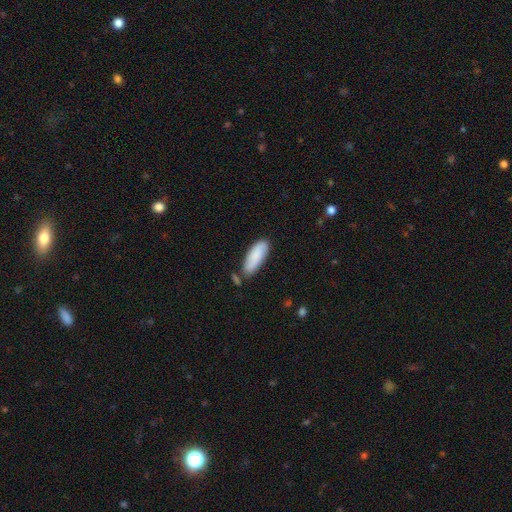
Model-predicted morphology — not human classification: smooth 85%, featured or disk 9%, star or artifact 6%. Down the decision tree: how rounded — in between (69%); merging — none (72%).